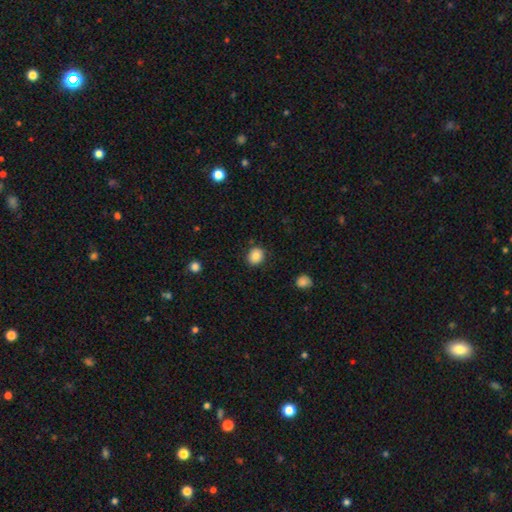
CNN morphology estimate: A smooth galaxy with no disk features (85%) that is round (76%).

Vote fractions:
- Smooth or featured? smooth: 85% / star or artifact: 9% / featured or disk: 6%
- How rounded? round: 76% / in between: 23% / cigar-shaped: 1%
- Merging? none: 87% / minor disturbance: 9% / major disturbance: 2% / merger: 2%